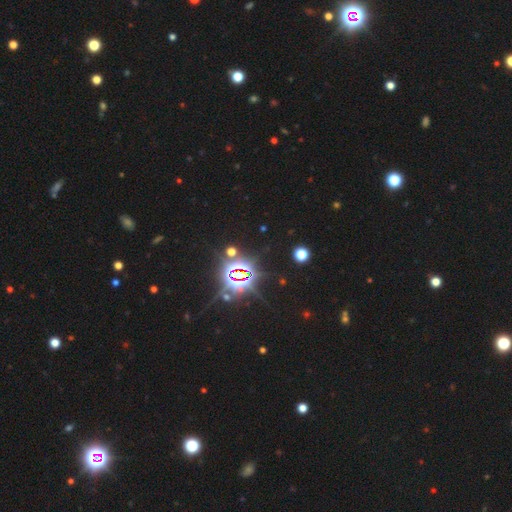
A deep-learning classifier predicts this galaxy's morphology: type=star or artifact (85%).